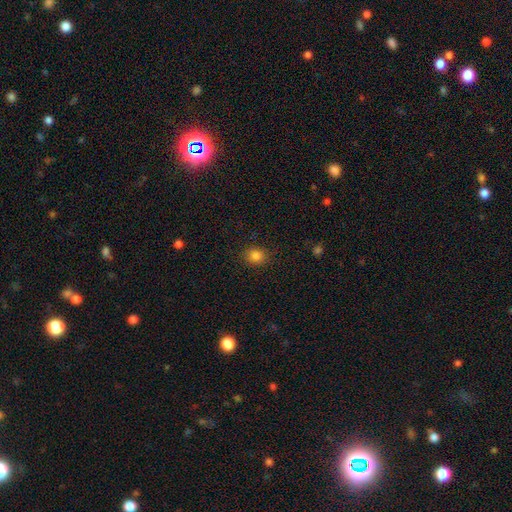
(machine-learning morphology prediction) smooth-or-featured: smooth: 84% | star or artifact: 12% | featured or disk: 4%
  how-rounded: round: 66% | in between: 33% | cigar-shaped: 1%
  merging: none: 87% | minor disturbance: 9% | major disturbance: 3% | merger: 1%